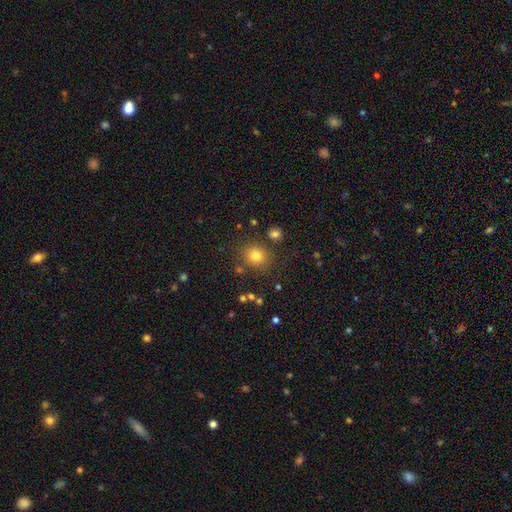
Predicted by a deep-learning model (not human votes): Smooth or featured? smooth (79%)
How rounded? round (81%)
Merging? none (82%)